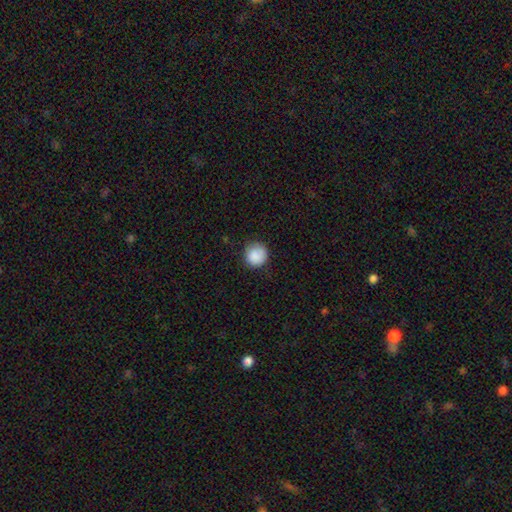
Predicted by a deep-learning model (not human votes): Morphology: type=smooth (88%); roundness=round (92%); merging=none (79%).